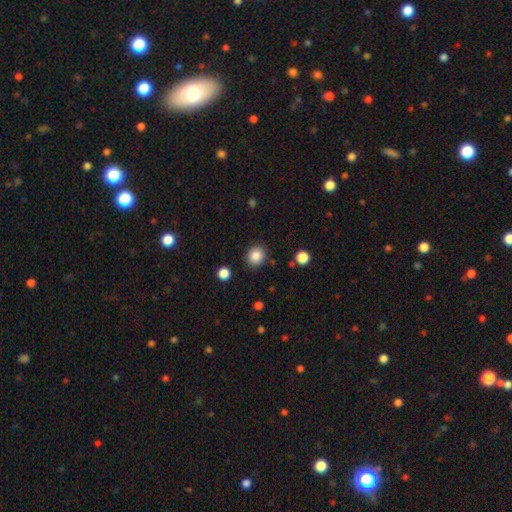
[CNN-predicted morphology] smooth-or-featured: smooth: 86% | star or artifact: 10% | featured or disk: 4%
  how-rounded: round: 73% | in between: 26% | cigar-shaped: 1%
  merging: none: 86% | minor disturbance: 9% | major disturbance: 3% | merger: 2%